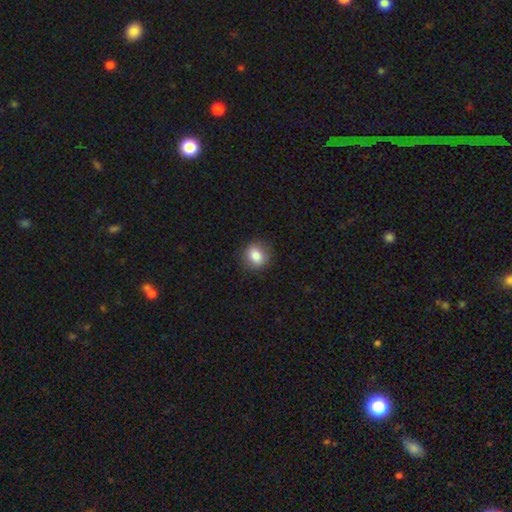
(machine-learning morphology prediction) This is clearly a smooth galaxy (82%). How rounded: likely round (73%). Merging: clearly none (85%).